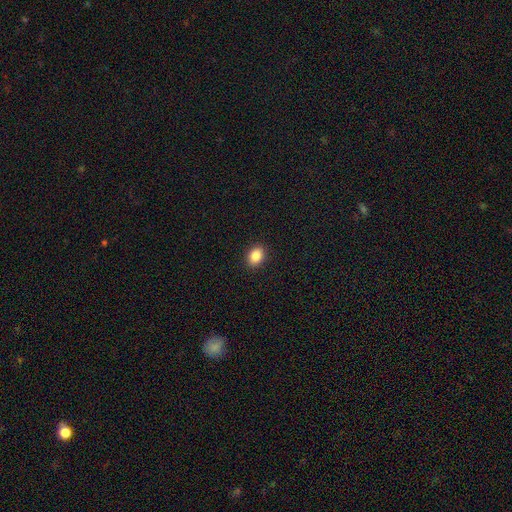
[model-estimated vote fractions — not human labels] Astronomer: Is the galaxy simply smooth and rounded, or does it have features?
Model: smooth — 87%.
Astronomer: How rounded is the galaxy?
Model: in between — 69%.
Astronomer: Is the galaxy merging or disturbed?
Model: none — 91%.